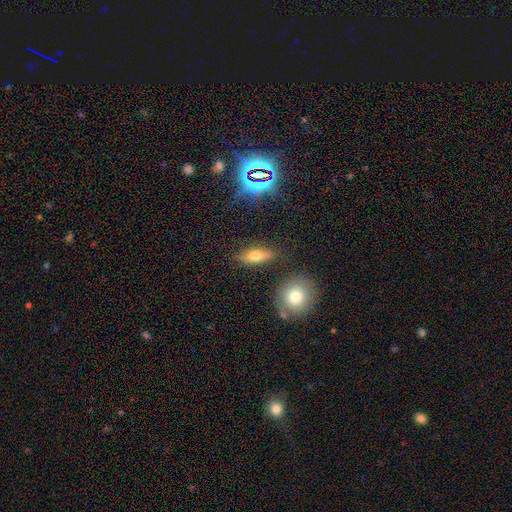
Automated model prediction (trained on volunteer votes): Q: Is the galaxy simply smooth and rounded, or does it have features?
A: smooth — 54%.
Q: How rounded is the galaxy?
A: in between — 57%.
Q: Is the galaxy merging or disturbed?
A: none — 82%.